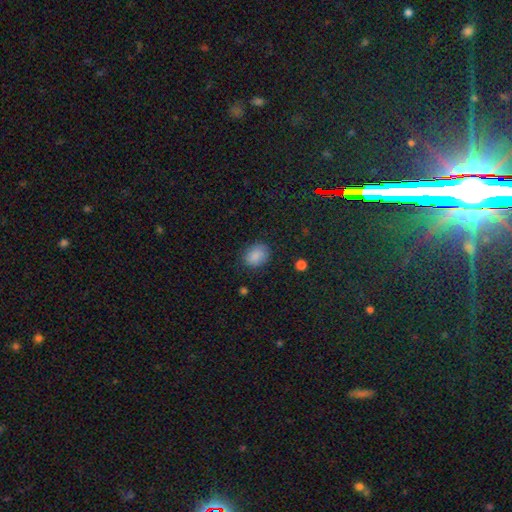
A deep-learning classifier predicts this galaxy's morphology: smooth_or_featured: smooth (p=0.86) [alt: star or artifact p=0.09]
how_rounded: in between (p=0.64) [alt: round p=0.35]
merging: none (p=0.81) [alt: minor disturbance p=0.14]